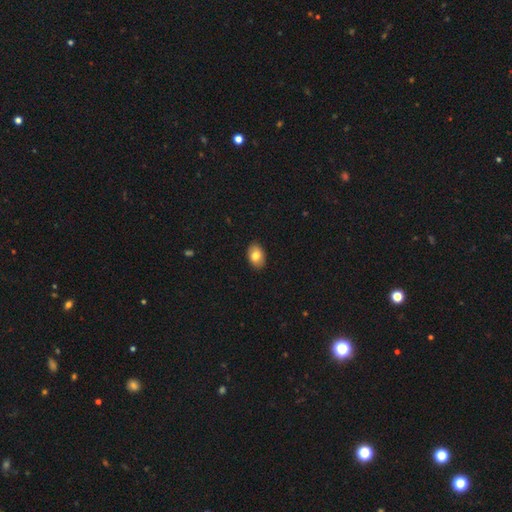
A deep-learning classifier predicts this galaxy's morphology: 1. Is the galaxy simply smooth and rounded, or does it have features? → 81% smooth, 12% featured or disk, 7% star or artifact.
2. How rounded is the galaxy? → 86% in between, 13% round, 1% cigar-shaped.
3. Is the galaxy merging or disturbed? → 90% none, 7% minor disturbance, 2% major disturbance, 1% merger.